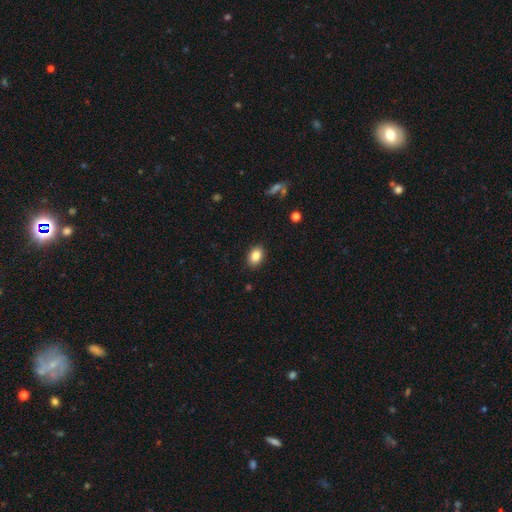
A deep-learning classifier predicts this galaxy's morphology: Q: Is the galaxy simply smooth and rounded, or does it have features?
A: smooth — 86%.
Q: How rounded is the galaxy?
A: in between — 80%.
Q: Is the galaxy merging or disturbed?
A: none — 88%.